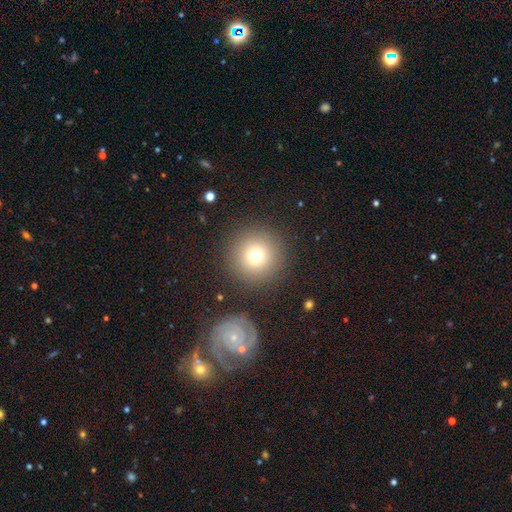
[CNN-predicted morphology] smooth 73%, star or artifact 15%, featured or disk 12%. Down the decision tree: how rounded — round (96%); merging — none (88%).